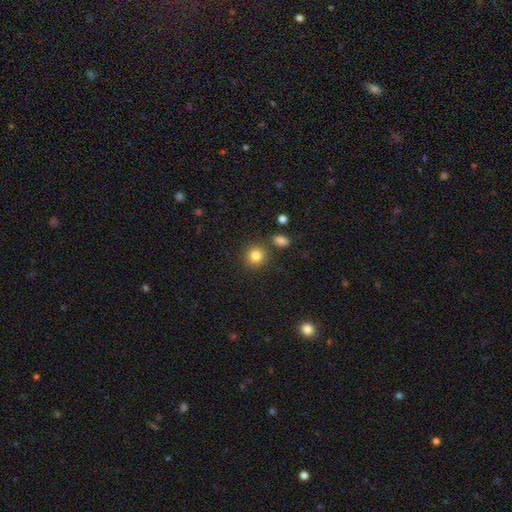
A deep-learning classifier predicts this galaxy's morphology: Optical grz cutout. It shows a smooth galaxy with no disk features (83%) that is round (90%). Merging: none (83%).